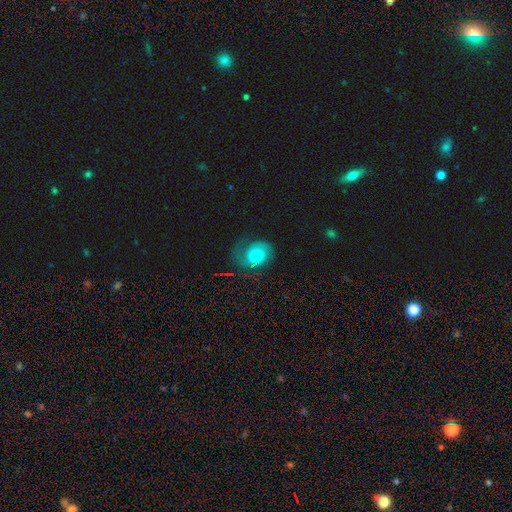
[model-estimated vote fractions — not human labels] This is possibly a featured or disk galaxy (55%). It is clearly not viewed edge-on (97%). Bar: likely no (79%). Spiral arm pattern: clearly yes (85%). Central bulge: likely moderate (64%). Merging: possibly none (55%).